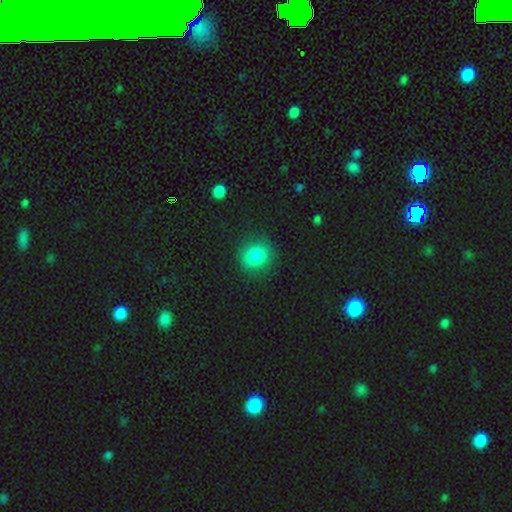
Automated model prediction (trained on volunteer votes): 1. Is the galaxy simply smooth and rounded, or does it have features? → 84% smooth, 11% star or artifact, 5% featured or disk.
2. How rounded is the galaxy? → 76% round, 23% in between, 1% cigar-shaped.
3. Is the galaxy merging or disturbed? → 86% none, 10% minor disturbance, 3% major disturbance, 1% merger.